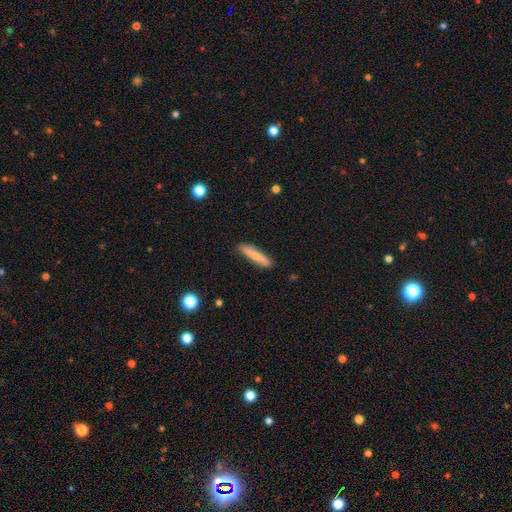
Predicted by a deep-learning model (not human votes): Smooth or featured? smooth (69%)
How rounded? cigar-shaped (87%)
Merging? none (86%)